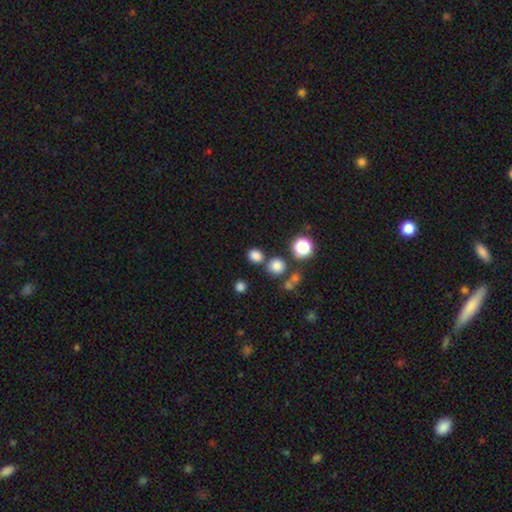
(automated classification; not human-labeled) smooth_or_featured: smooth (p=0.79) [alt: star or artifact p=0.16]
how_rounded: round (p=0.73) [alt: in between p=0.26]
merging: none (p=0.72) [alt: merger p=0.15]